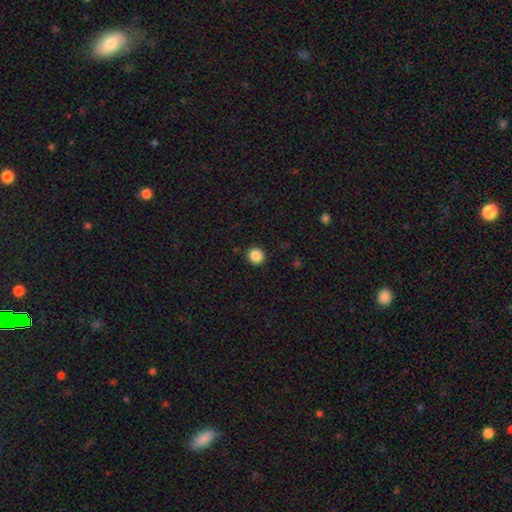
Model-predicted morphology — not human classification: Smooth or featured?
  - smooth: 87% *
  - star or artifact: 10%
  - featured or disk: 3%
How rounded?
  - round: 91% *
  - in between: 8%
  - cigar-shaped: 1%
Merging?
  - none: 92% *
  - minor disturbance: 5%
  - major disturbance: 2%
  - merger: 1%